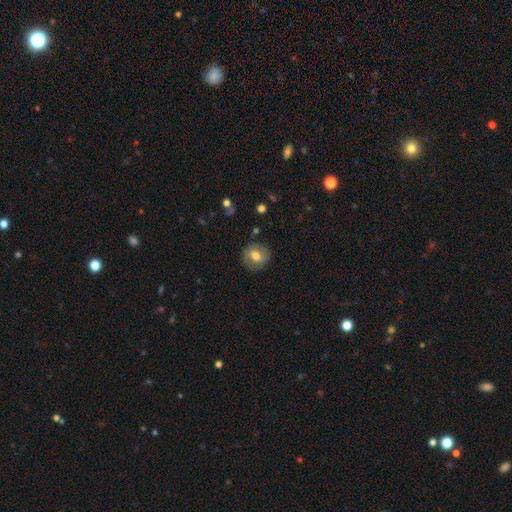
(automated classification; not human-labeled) Smooth or featured: smooth — 57% (featured or disk — 34%)
How rounded: round — 78% (in between — 21%)
Merging: none — 82% (minor disturbance — 12%)